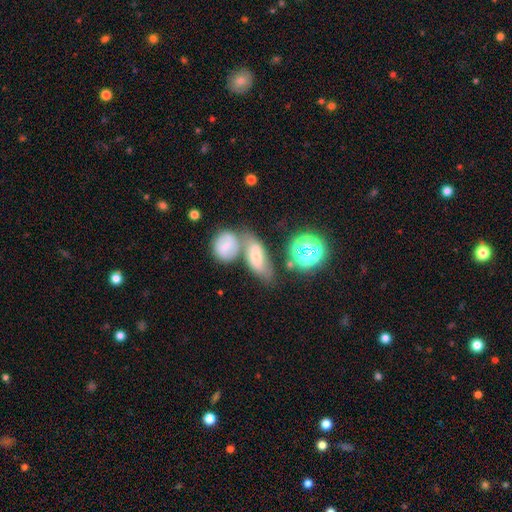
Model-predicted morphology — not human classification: Smooth or featured?
  - smooth: 57% *
  - featured or disk: 29%
  - star or artifact: 14%
How rounded?
  - in between: 75% *
  - round: 14%
  - cigar-shaped: 11%
Merging?
  - merger: 43% *
  - none: 36%
  - minor disturbance: 13%
  - major disturbance: 7%